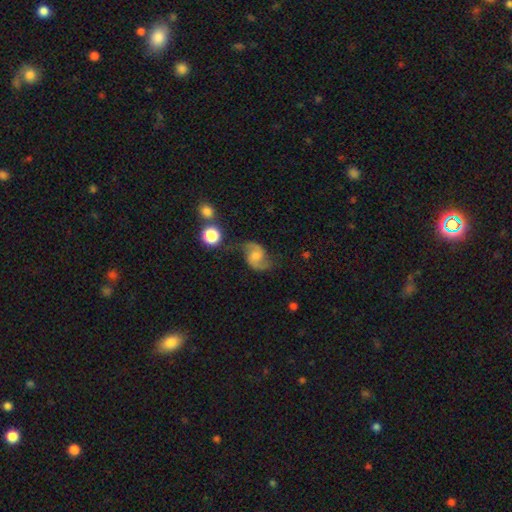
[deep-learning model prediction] The model was most divided on "bulge size": none: 32%, moderate: 31%, small: 25%, large: 11%, dominant: 2%. Remaining: edge-on disk — no (98%); spiral arms — yes (96%); spiral arm count — 2 (93%); smooth or featured — featured or disk (79%); merging — none (69%); spiral winding — loose (46%); bar — weak (45%).